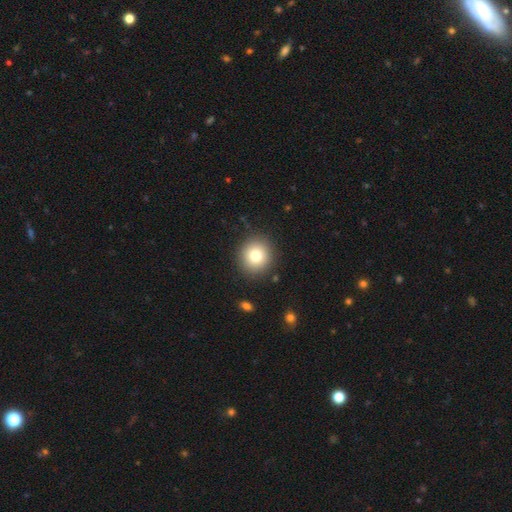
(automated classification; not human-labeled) smooth 78%, star or artifact 11%, featured or disk 11%. Down the decision tree: how rounded — round (88%); merging — none (89%).